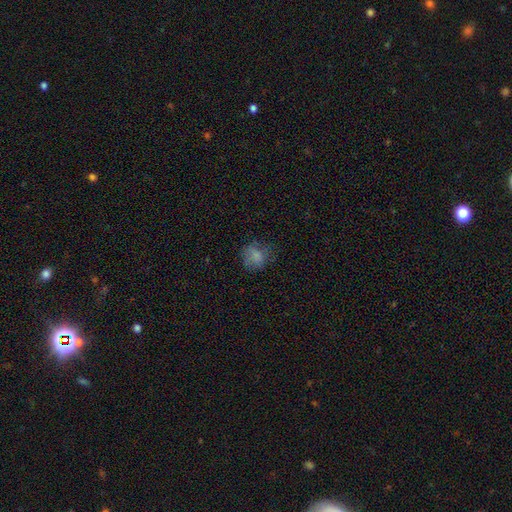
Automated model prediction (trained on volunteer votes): Morphology: type=smooth (73%); roundness=round (70%); merging=none (62%).